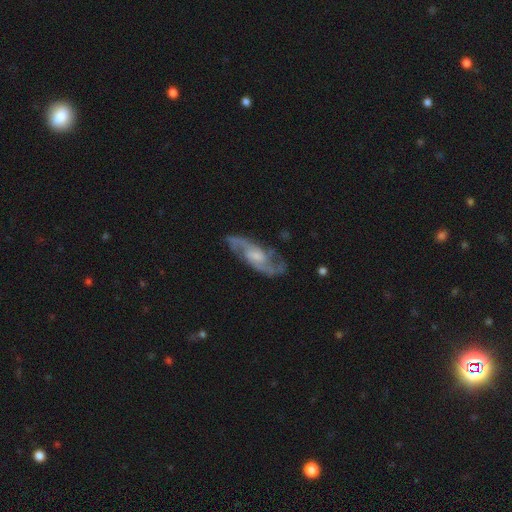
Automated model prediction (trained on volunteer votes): Overall: featured or disk (88%). Edge-on disk: no (93%). Bar: weak (46%; no 43%). Spiral arms: yes (97%). Spiral arm count: 2 (87%). Spiral winding: medium (55%; loose 24%). Bulge size: small (44%; moderate 37%). Merging: none (77%).